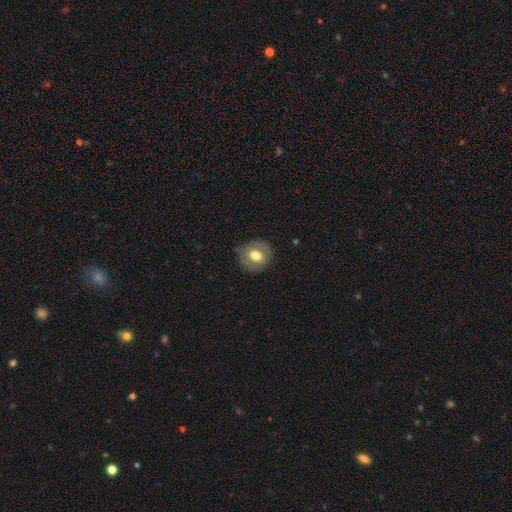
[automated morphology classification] This is likely a smooth galaxy (63%). How rounded: clearly round (85%). Merging: clearly none (83%).